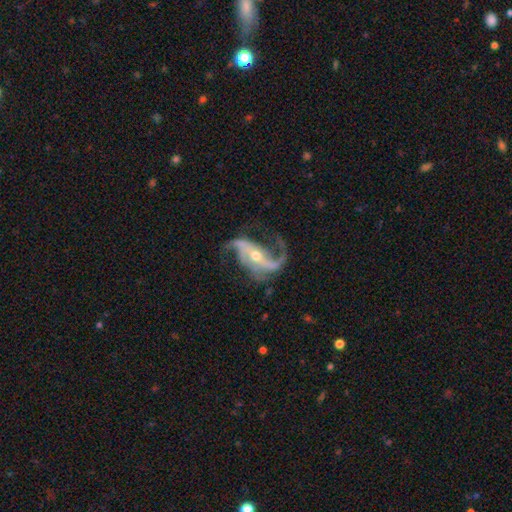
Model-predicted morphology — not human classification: Smooth or featured? featured or disk (91%)
Edge-on disk? no (96%)
Bar? strong (36%)
Spiral arms? yes (97%)
Spiral winding? loose (61%)
Spiral arm count? 2 (63%)
Bulge size? small (51%)
Merging? none (62%)